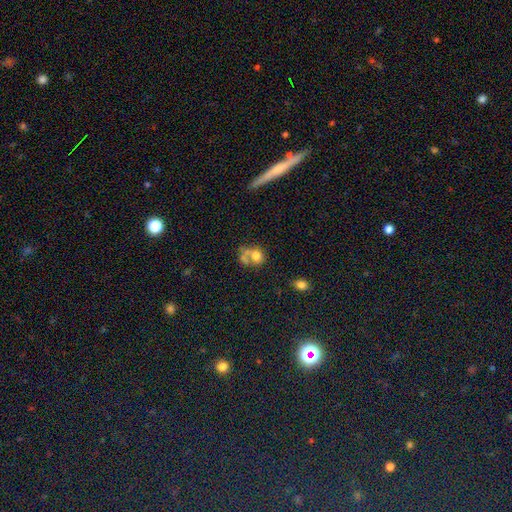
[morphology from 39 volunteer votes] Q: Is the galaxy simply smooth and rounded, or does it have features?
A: smooth — 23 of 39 (59%).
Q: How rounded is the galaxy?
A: in between — 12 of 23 (52%).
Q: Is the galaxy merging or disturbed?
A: merger — 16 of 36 (44%).